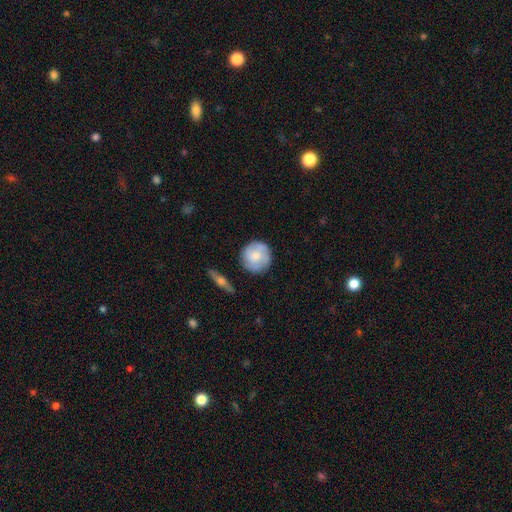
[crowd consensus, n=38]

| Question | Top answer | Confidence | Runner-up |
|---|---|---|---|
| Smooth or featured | featured or disk | 53% | smooth (39%) |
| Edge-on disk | no | 95% | yes (5%) |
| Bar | no | 79% | strong (11%) |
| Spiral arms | no | 53% | yes (47%) |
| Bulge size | moderate | 53% | large (26%) |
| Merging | none | 86% | minor disturbance (9%) |